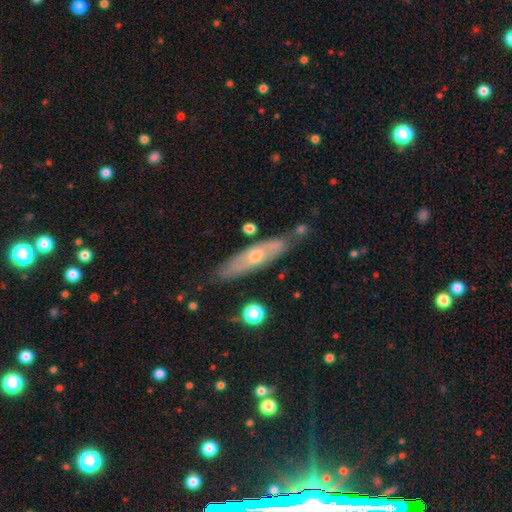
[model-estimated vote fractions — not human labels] This appears to be a featured or disk galaxy (59%). Merging: none (73%).